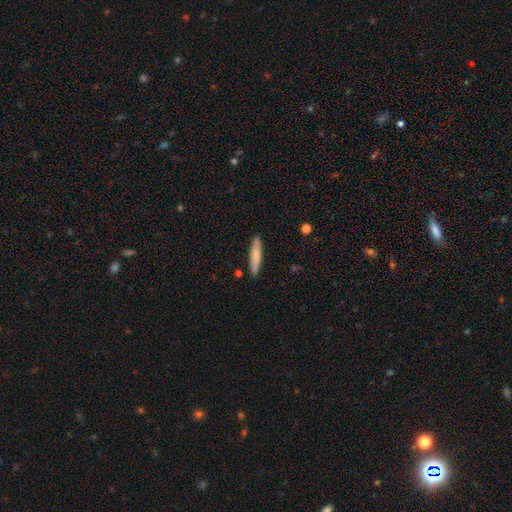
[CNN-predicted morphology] smooth_or_featured: smooth (p=0.76) [alt: featured or disk p=0.18]
how_rounded: cigar-shaped (p=0.87) [alt: in between p=0.12]
merging: none (p=0.89) [alt: minor disturbance p=0.08]